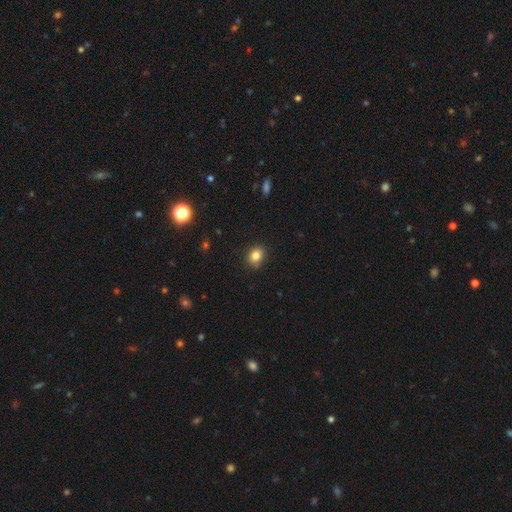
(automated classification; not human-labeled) Smooth or featured?
  - smooth: 83% *
  - star or artifact: 11%
  - featured or disk: 6%
How rounded?
  - round: 58% *
  - in between: 41%
  - cigar-shaped: 1%
Merging?
  - none: 85% *
  - minor disturbance: 11%
  - major disturbance: 2%
  - merger: 2%